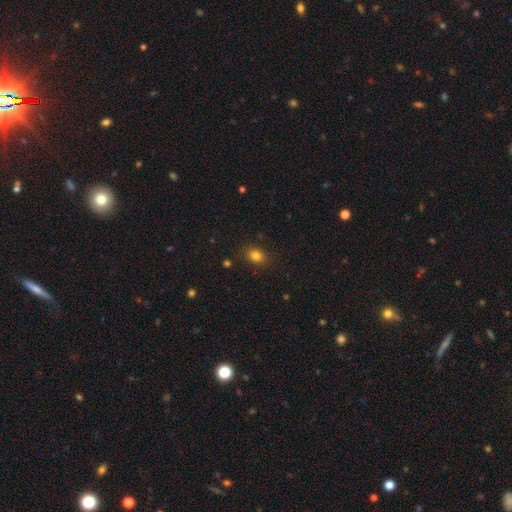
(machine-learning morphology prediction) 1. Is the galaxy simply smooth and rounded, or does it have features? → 81% smooth, 13% star or artifact, 7% featured or disk.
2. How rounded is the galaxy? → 55% in between, 44% round, 1% cigar-shaped.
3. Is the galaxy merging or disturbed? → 86% none, 10% minor disturbance, 3% major disturbance, 1% merger.